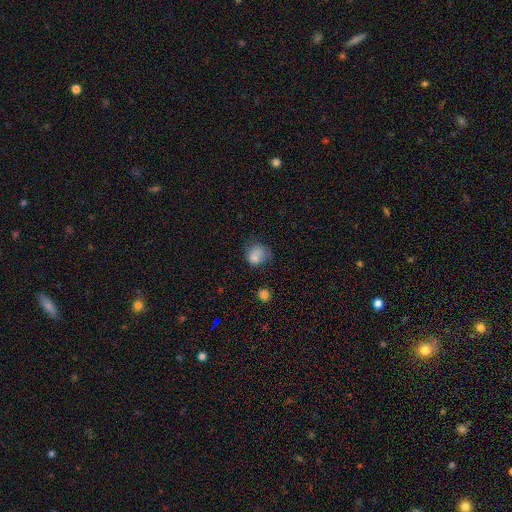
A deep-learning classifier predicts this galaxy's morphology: smooth 74%, featured or disk 15%, star or artifact 11%. Down the decision tree: how rounded — round (66%); merging — none (39%).